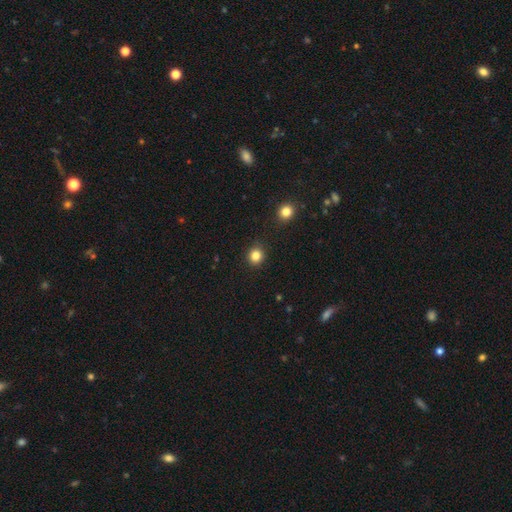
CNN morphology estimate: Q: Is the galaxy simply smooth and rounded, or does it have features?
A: smooth — 83%.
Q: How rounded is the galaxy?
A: round — 89%.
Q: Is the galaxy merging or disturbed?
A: none — 90%.